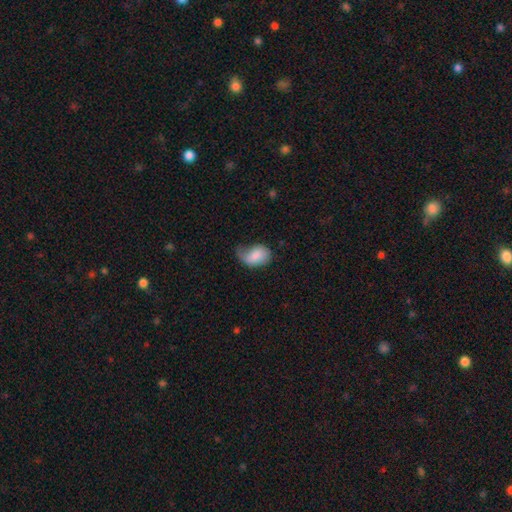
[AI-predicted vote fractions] Q: Smooth or featured?
A: smooth (74%); runner-up: featured or disk (19%)
Q: How rounded?
A: in between (81%); runner-up: round (18%)
Q: Merging?
A: minor disturbance (38%); runner-up: major disturbance (33%)